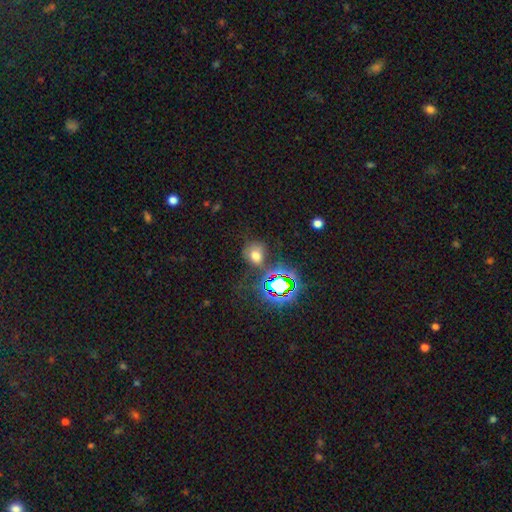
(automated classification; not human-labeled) smooth-or-featured: smooth: 59% | star or artifact: 31% | featured or disk: 10%
  how-rounded: round: 63% | in between: 36% | cigar-shaped: 1%
  merging: none: 63% | minor disturbance: 19% | major disturbance: 11% | merger: 8%